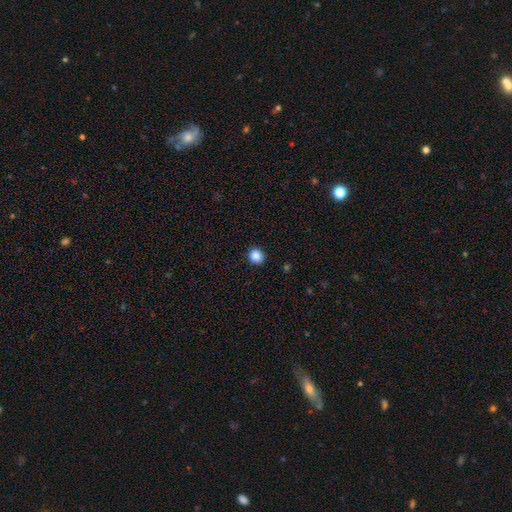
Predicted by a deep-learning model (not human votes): Morphology: type=smooth (86%); roundness=round (88%); merging=none (92%).